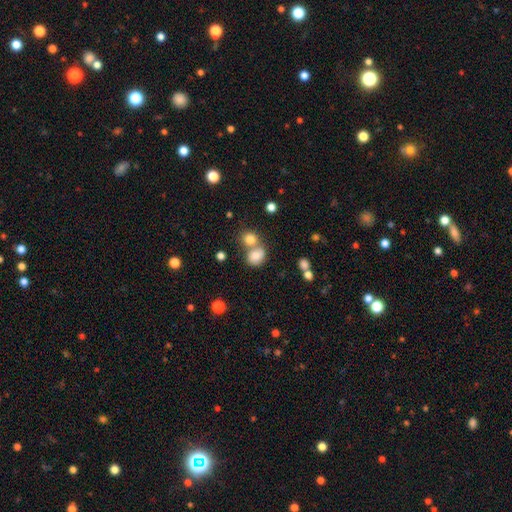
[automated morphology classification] Smooth or featured? Predicted: smooth (p=0.78). How rounded? Predicted: round (p=0.57). Merging? Predicted: merger (p=0.47).